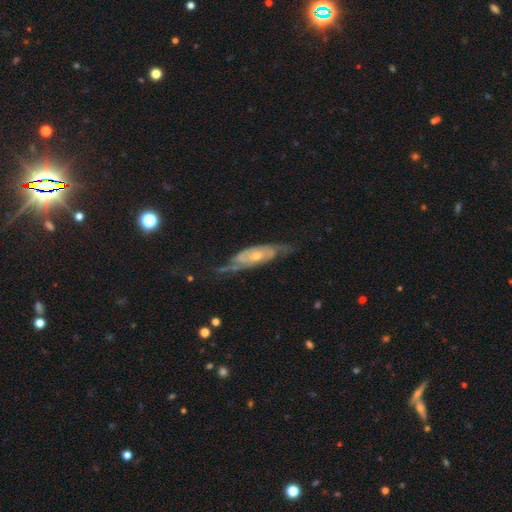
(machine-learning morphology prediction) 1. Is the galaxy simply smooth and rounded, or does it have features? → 82% featured or disk, 12% smooth, 6% star or artifact.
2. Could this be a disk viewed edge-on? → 79% no, 21% yes.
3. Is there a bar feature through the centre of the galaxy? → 67% no, 26% weak, 7% strong.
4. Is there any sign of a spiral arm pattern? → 89% yes, 11% no.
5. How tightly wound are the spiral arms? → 42% tight, 39% medium, 19% loose.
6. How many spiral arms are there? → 64% 2, 24% can't tell, 5% 3, 3% 1, 2% 4, 2% more than 4.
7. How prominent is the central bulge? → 52% small, 43% moderate, 2% large, 2% none, 1% dominant.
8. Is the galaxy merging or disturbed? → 60% none, 24% minor disturbance, 14% major disturbance, 2% merger.